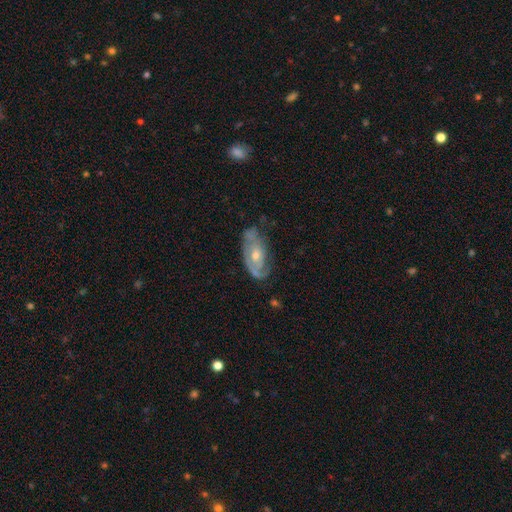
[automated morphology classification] Smooth or featured? Predicted: featured or disk (p=0.74). Edge-on disk? Predicted: no (p=0.90). Bar? Predicted: no (p=0.75). Spiral arms? Predicted: yes (p=0.76). Spiral winding? Predicted: tight (p=0.53). Spiral arm count? Predicted: 2 (p=0.43). Bulge size? Predicted: moderate (p=0.59). Merging? Predicted: none (p=0.63).